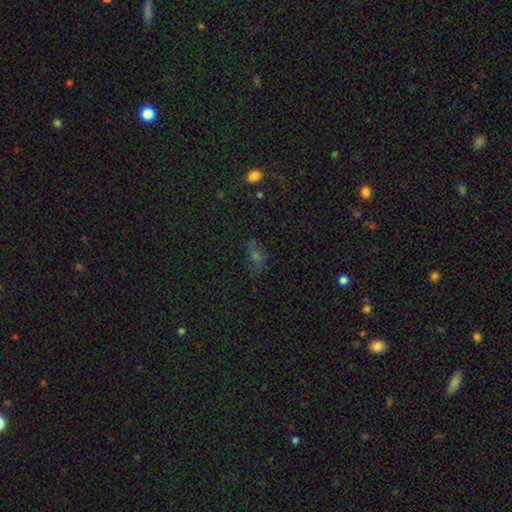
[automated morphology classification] Overall: smooth (46%; star or artifact 35%). Merging: none (63%).